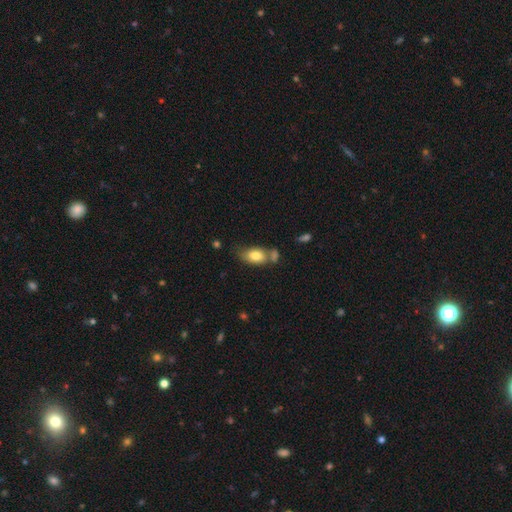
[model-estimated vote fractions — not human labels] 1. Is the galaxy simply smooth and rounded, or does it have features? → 79% smooth, 13% featured or disk, 8% star or artifact.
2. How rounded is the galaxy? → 87% in between, 10% round, 3% cigar-shaped.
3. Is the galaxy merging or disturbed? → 48% none, 26% merger, 20% minor disturbance, 7% major disturbance.